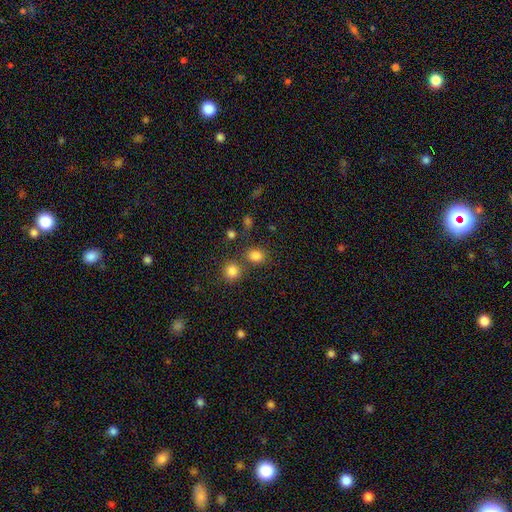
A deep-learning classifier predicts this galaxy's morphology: Smooth or featured?
  - smooth: 82% *
  - star or artifact: 13%
  - featured or disk: 5%
How rounded?
  - round: 59% *
  - in between: 40%
  - cigar-shaped: 1%
Merging?
  - none: 68% *
  - merger: 18%
  - minor disturbance: 10%
  - major disturbance: 4%